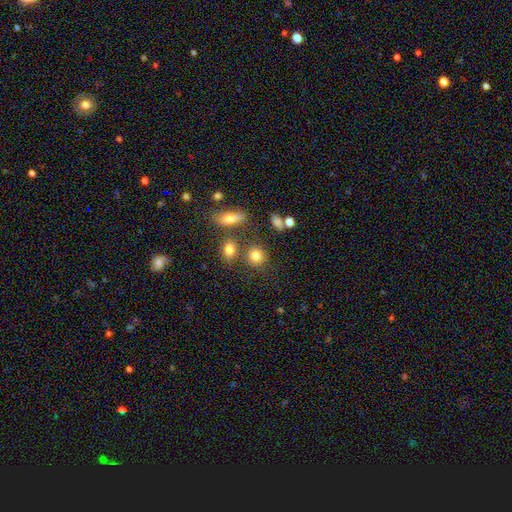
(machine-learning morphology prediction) Smooth or featured?
  - smooth: 79% *
  - star or artifact: 12%
  - featured or disk: 9%
How rounded?
  - round: 79% *
  - in between: 19%
  - cigar-shaped: 2%
Merging?
  - none: 69% *
  - merger: 15%
  - minor disturbance: 11%
  - major disturbance: 5%